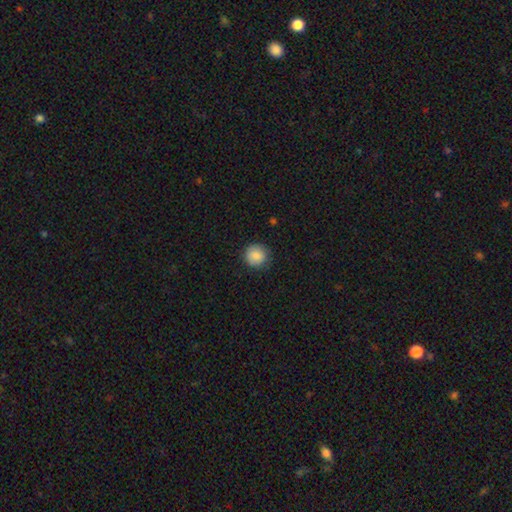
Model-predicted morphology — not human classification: smooth_or_featured: smooth (p=0.87) [alt: star or artifact p=0.08]
how_rounded: round (p=0.93) [alt: in between p=0.06]
merging: none (p=0.87) [alt: minor disturbance p=0.10]